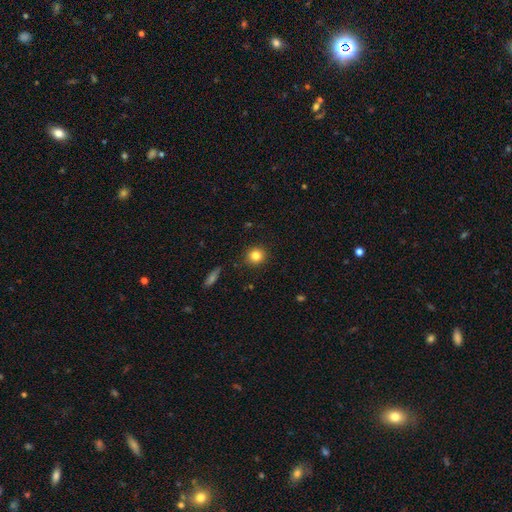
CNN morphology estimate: smooth 82%, star or artifact 11%, featured or disk 7%. Down the decision tree: how rounded — round (90%); merging — none (90%).